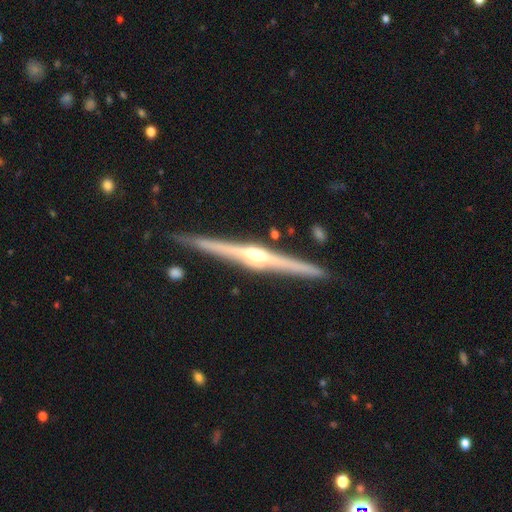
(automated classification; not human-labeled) Overall: featured or disk (87%). Edge-on disk: yes (99%). Edge-on bulge: rounded (89%). Merging: none (90%).